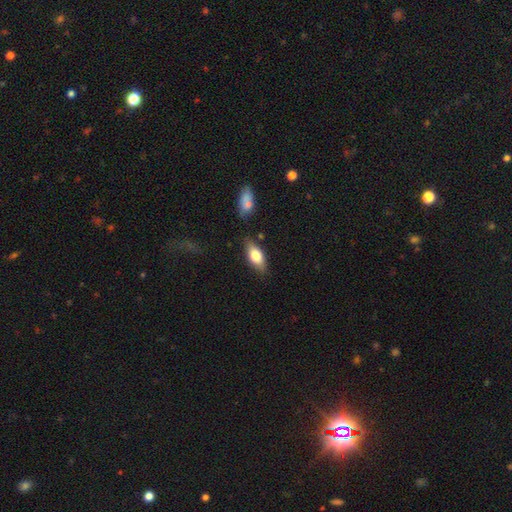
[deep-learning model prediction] Morphology: type=smooth (67%); roundness=in between (80%); merging=none (79%).